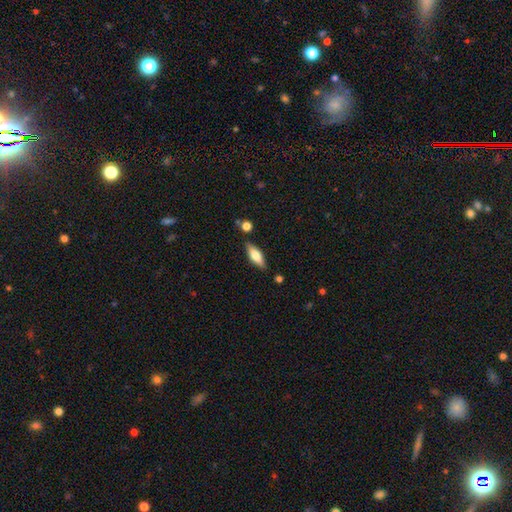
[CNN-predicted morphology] This is possibly a smooth galaxy (58%). How rounded: possibly in between (59%). Merging: clearly none (83%).